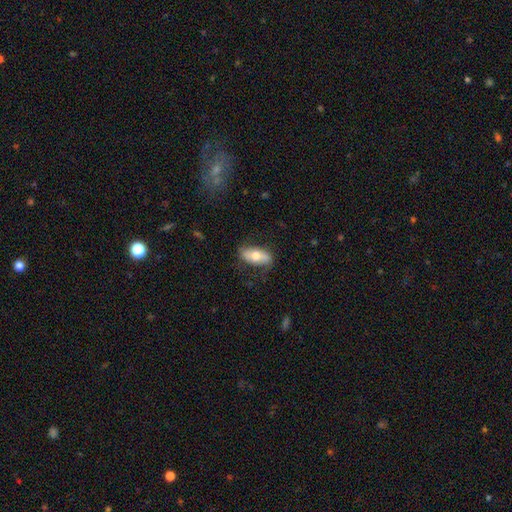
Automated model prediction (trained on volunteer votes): Overall: smooth (59%; featured or disk 35%). How rounded: in between (84%). Merging: none (75%).